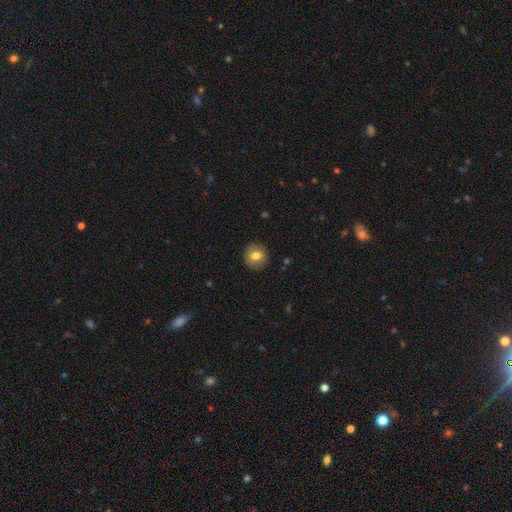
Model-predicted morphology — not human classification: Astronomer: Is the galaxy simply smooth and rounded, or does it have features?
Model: smooth — 75%.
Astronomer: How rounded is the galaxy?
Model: round — 88%.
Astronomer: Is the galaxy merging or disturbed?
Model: none — 89%.